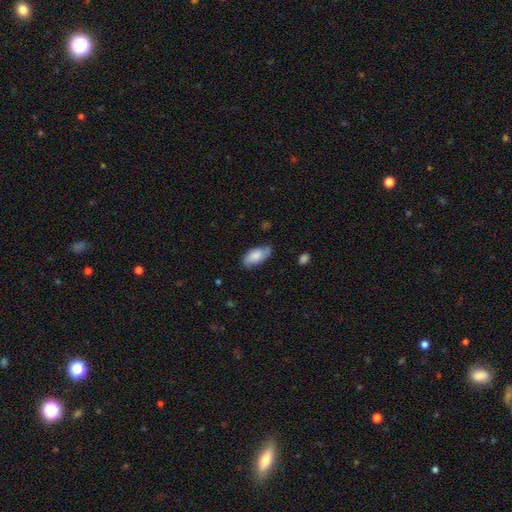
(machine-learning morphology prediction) Q: Smooth or featured?
A: smooth (74%); runner-up: featured or disk (19%)
Q: How rounded?
A: in between (91%); runner-up: cigar-shaped (7%)
Q: Merging?
A: none (71%); runner-up: minor disturbance (23%)